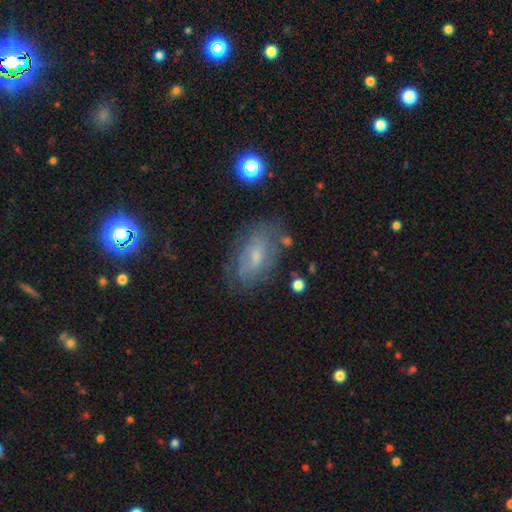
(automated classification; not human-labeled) Smooth or featured: featured or disk — 50% (smooth — 37%)
Edge-on disk: no — 92% (yes — 8%)
Merging: none — 68% (minor disturbance — 21%)